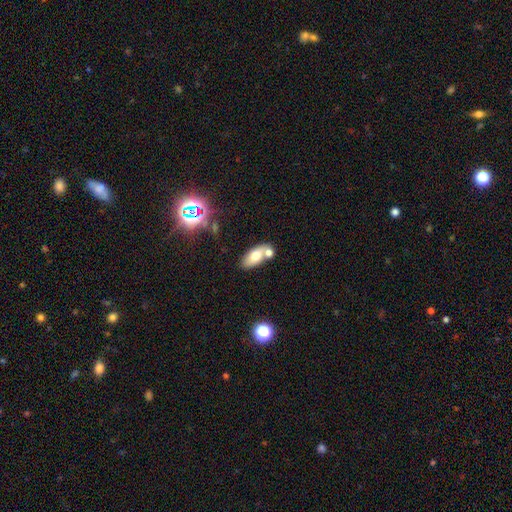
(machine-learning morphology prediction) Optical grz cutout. It shows a smooth galaxy with no disk features (67%) that is in between round and cigar-shaped (87%). Merging: none (50%).